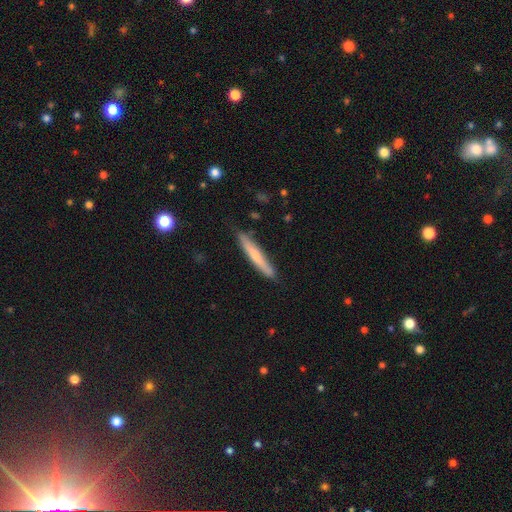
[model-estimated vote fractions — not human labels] smooth_or_featured: smooth (p=0.62) [alt: featured or disk p=0.32]
how_rounded: cigar-shaped (p=0.94) [alt: in between p=0.05]
merging: none (p=0.83) [alt: minor disturbance p=0.14]